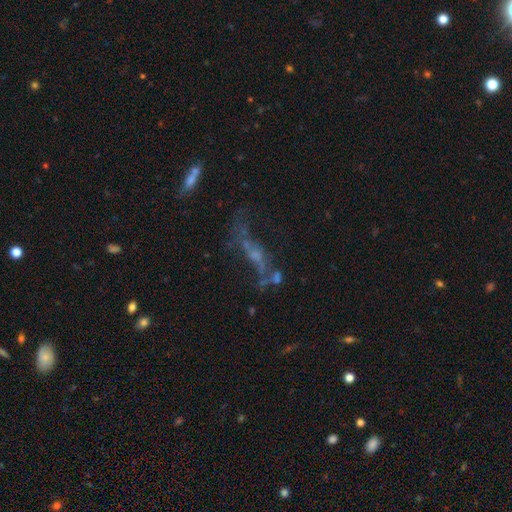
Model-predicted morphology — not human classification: smooth-or-featured: featured or disk: 50% | star or artifact: 29% | smooth: 21%
  merging: none: 43% | major disturbance: 25% | merger: 17% | minor disturbance: 16%